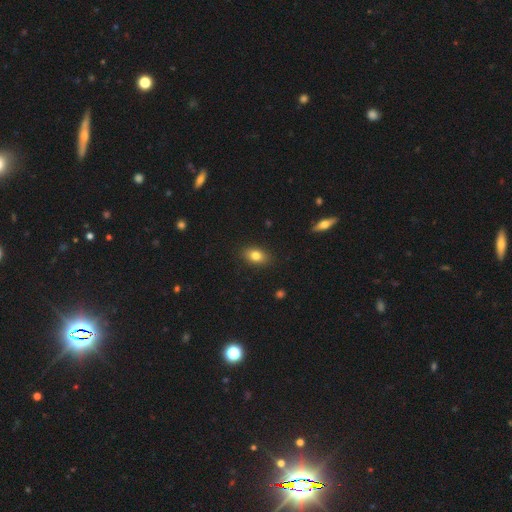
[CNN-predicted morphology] The model was most divided on "how rounded": in between: 82%, round: 15%, cigar-shaped: 2%. More confident: merging — none (88%); smooth or featured — smooth (81%).